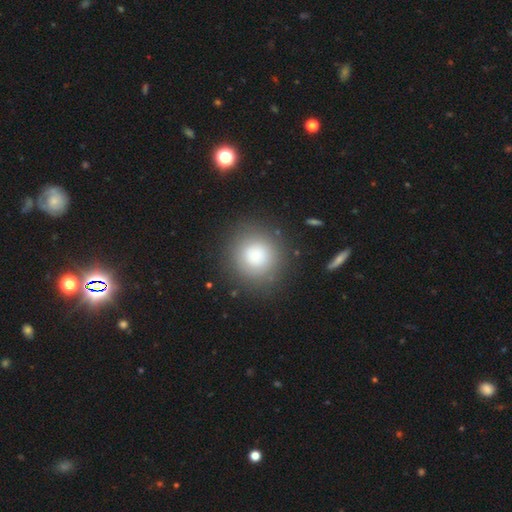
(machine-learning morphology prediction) Smooth or featured: smooth — 81% (star or artifact — 10%)
How rounded: round — 90% (in between — 9%)
Merging: none — 85% (minor disturbance — 9%)